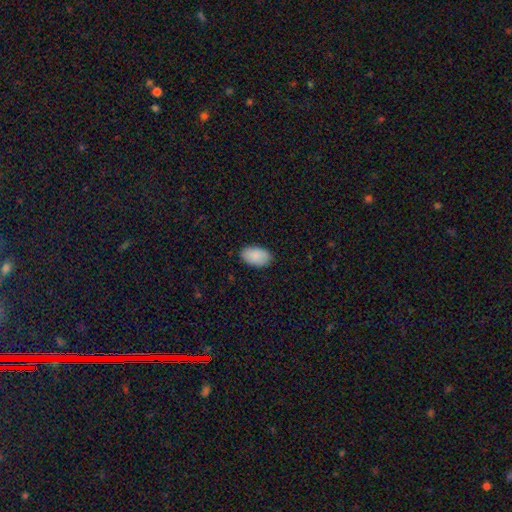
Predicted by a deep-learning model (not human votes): smooth 90%, star or artifact 6%, featured or disk 4%. Down the decision tree: how rounded — in between (94%); merging — none (88%).